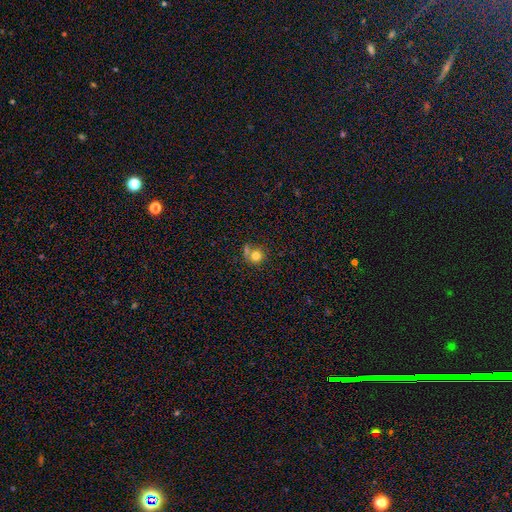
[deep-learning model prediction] smooth 78%, star or artifact 13%, featured or disk 9%. Down the decision tree: how rounded — round (88%); merging — none (58%).